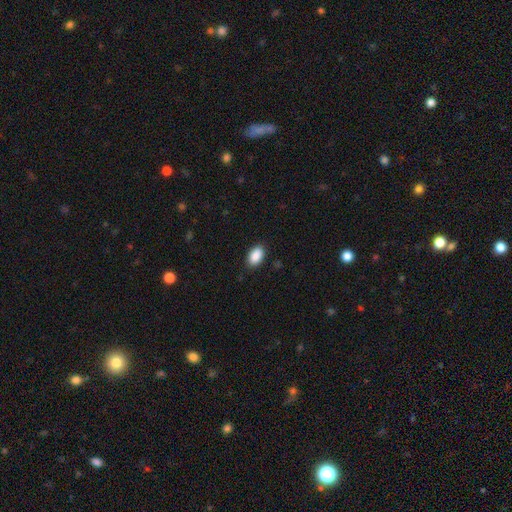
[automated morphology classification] type=smooth (90%); roundness=in between (92%); merging=none (88%).